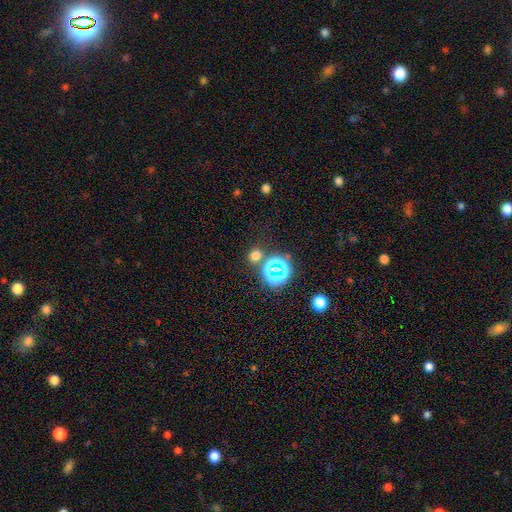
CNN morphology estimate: smooth 63%, star or artifact 31%, featured or disk 6%. Down the decision tree: how rounded — round (79%); merging — none (78%).